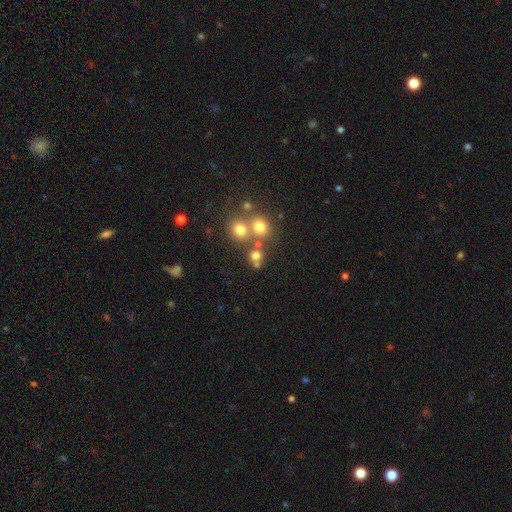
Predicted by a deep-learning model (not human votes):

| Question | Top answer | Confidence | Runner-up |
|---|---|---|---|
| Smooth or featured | smooth | 69% | star or artifact (20%) |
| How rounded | round | 83% | in between (16%) |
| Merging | none | 57% | merger (31%) |